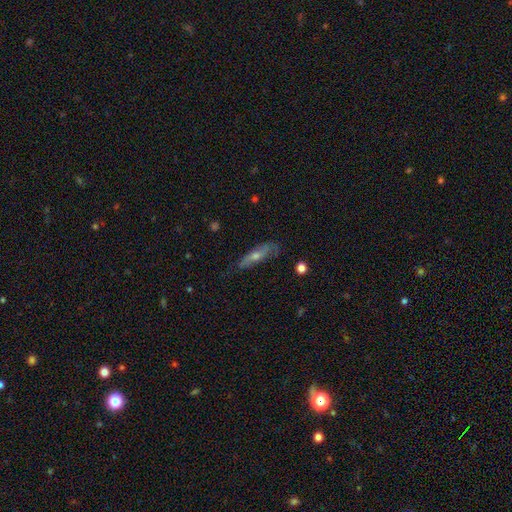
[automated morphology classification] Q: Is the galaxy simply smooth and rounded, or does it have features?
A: featured or disk — 53%.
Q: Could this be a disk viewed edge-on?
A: yes — 59%.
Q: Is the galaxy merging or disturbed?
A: none — 72%.